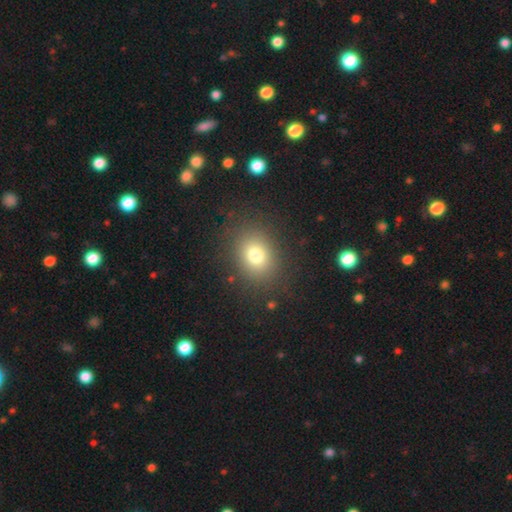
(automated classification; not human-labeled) Morphology: type=smooth (76%); roundness=round (52%); merging=none (87%).